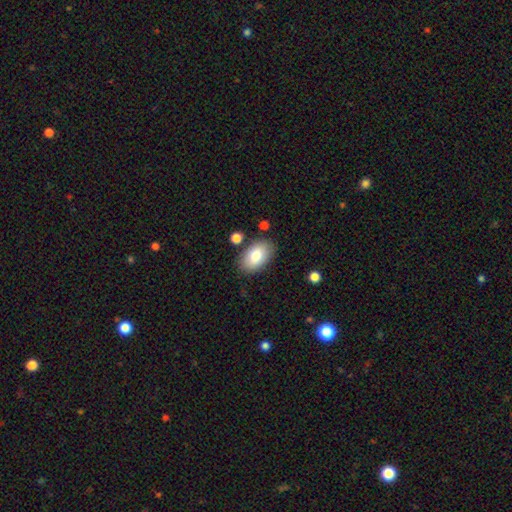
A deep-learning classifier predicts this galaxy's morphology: smooth-or-featured: smooth: 81% | featured or disk: 12% | star or artifact: 7%
  how-rounded: in between: 93% | round: 6% | cigar-shaped: 1%
  merging: none: 82% | minor disturbance: 12% | merger: 4% | major disturbance: 3%